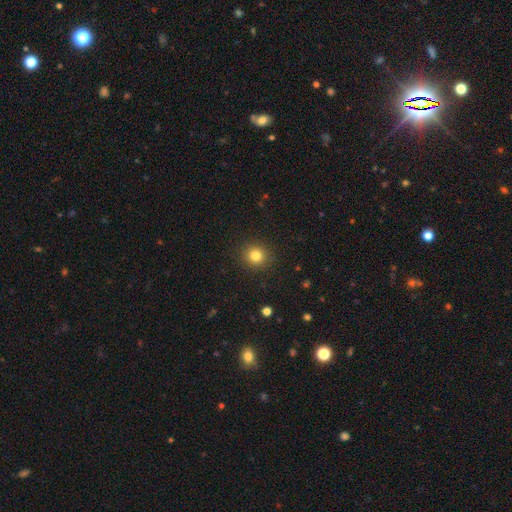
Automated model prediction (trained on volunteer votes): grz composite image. It shows a smooth galaxy with no disk features (82%) that is round (90%). Merging: none (91%).